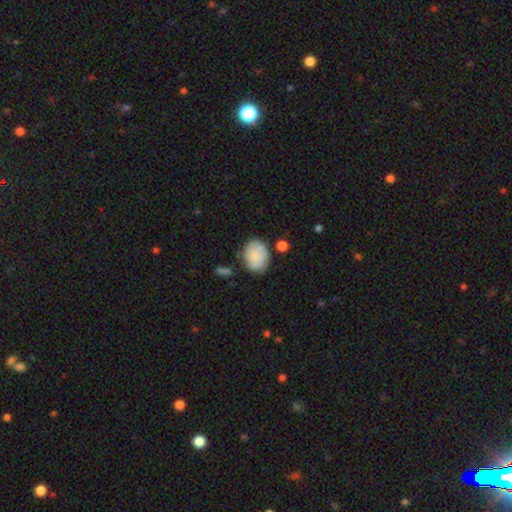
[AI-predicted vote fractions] A smooth galaxy with no disk features (83%) that is in between round and cigar-shaped (61%).

Vote fractions:
- Smooth or featured? smooth: 83% / featured or disk: 10% / star or artifact: 7%
- How rounded? in between: 61% / round: 38% / cigar-shaped: 1%
- Merging? none: 68% / minor disturbance: 20% / merger: 7% / major disturbance: 6%